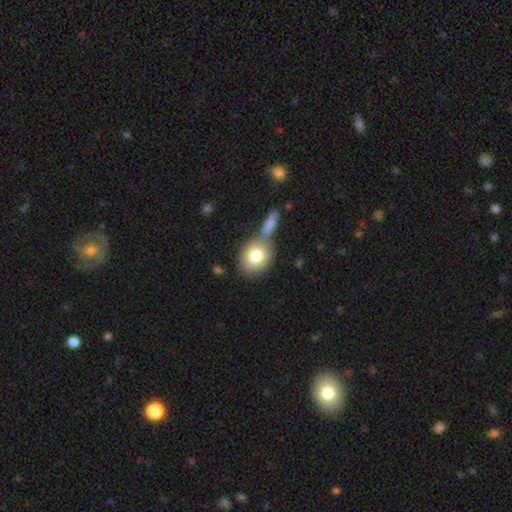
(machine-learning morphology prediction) Smooth or featured?
  - smooth: 78% *
  - featured or disk: 14%
  - star or artifact: 8%
How rounded?
  - round: 62% *
  - in between: 36%
  - cigar-shaped: 2%
Merging?
  - none: 54% *
  - merger: 30%
  - minor disturbance: 11%
  - major disturbance: 4%